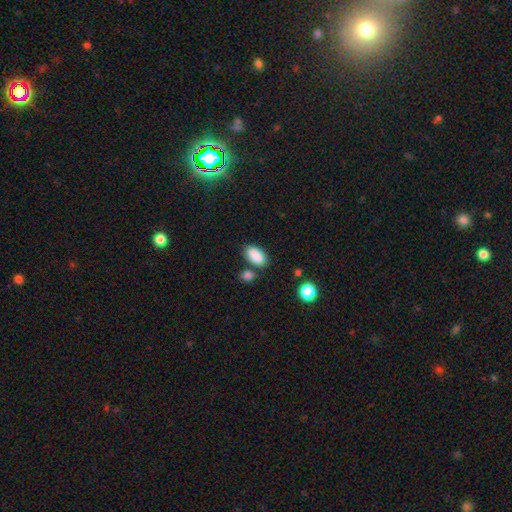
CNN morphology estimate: Smooth or featured? Predicted: smooth (p=0.88). How rounded? Predicted: in between (p=0.93). Merging? Predicted: none (p=0.71).